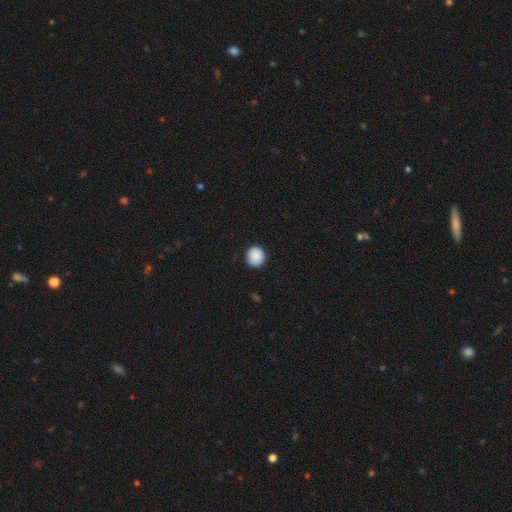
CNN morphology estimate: The model was most divided on "how rounded": round: 88%, in between: 11%, cigar-shaped: 1%. More confident: merging — none (89%); smooth or featured — smooth (88%).